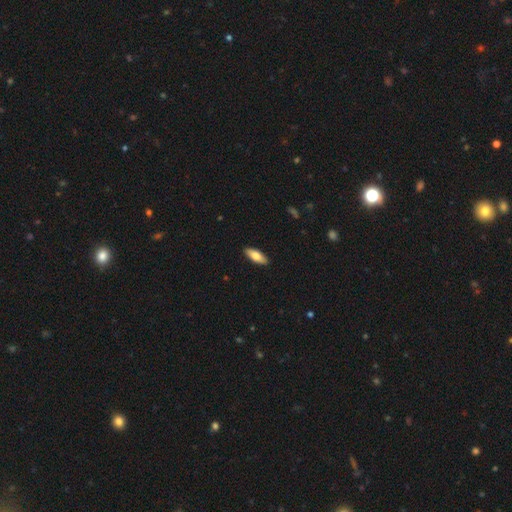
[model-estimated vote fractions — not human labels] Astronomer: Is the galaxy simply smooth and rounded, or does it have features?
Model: smooth — 76%.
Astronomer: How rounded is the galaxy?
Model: in between — 70%.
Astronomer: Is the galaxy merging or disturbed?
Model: none — 90%.